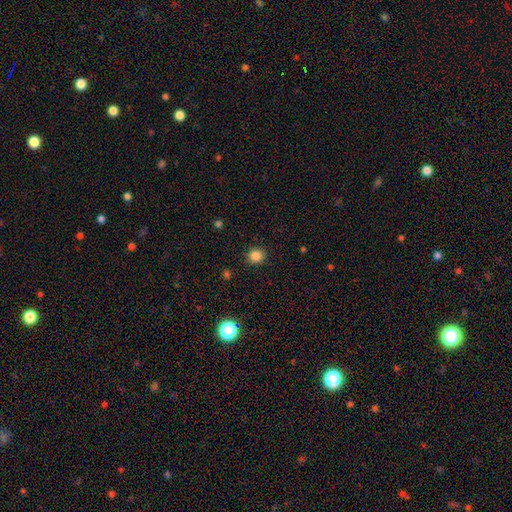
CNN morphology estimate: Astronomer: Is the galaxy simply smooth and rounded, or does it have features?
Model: smooth — 85%.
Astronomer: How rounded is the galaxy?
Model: round — 89%.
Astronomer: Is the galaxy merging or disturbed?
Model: none — 90%.